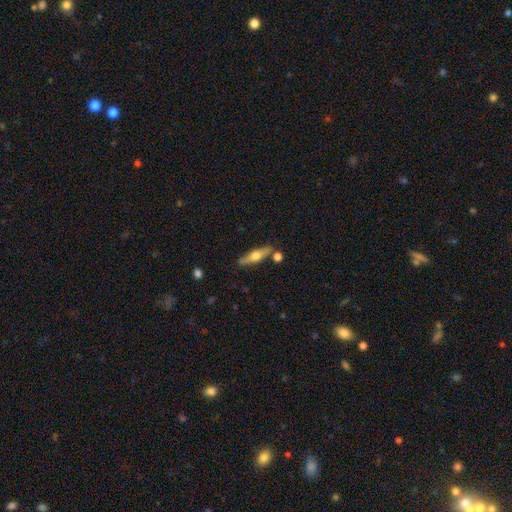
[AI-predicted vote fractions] Morphology: type=featured or disk (50%); merging=none (77%).